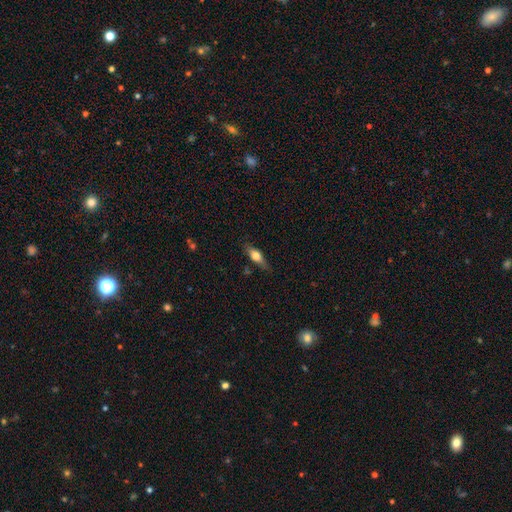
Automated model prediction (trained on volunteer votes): A smooth galaxy with no disk features (61%) that is in between round and cigar-shaped (58%).

Vote fractions:
- Smooth or featured? smooth: 61% / featured or disk: 32% / star or artifact: 7%
- How rounded? in between: 58% / cigar-shaped: 37% / round: 4%
- Merging? none: 78% / minor disturbance: 17% / major disturbance: 4% / merger: 2%